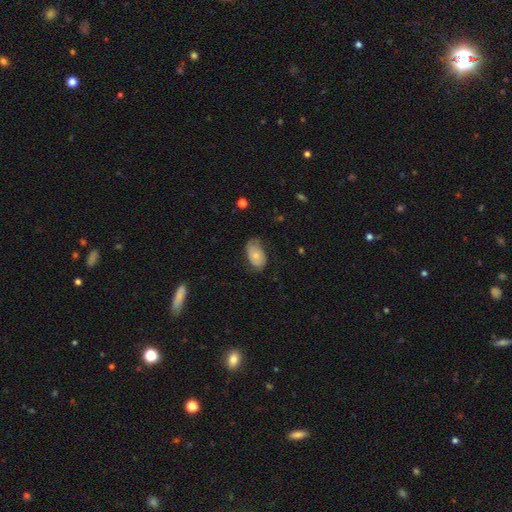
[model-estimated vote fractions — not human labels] Smooth or featured? smooth (57%)
How rounded? in between (91%)
Merging? none (59%)